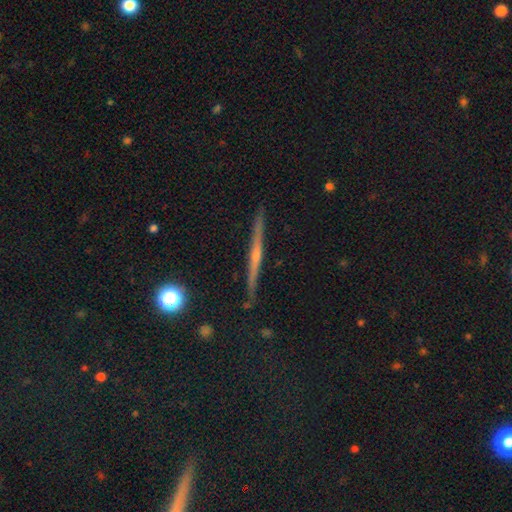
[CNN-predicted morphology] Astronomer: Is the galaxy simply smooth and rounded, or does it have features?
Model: featured or disk — 74%.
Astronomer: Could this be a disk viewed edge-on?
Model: yes — 97%.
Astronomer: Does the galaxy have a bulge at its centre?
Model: rounded — 78%.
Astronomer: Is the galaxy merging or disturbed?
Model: none — 92%.